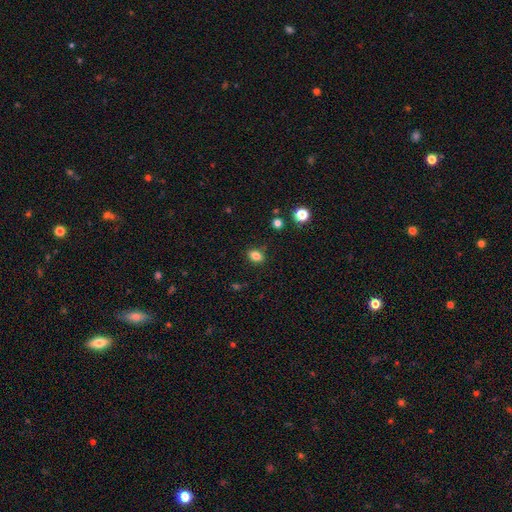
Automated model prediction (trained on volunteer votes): smooth-or-featured: smooth: 84% | star or artifact: 11% | featured or disk: 5%
  how-rounded: in between: 74% | round: 24% | cigar-shaped: 2%
  merging: none: 83% | minor disturbance: 12% | major disturbance: 3% | merger: 2%